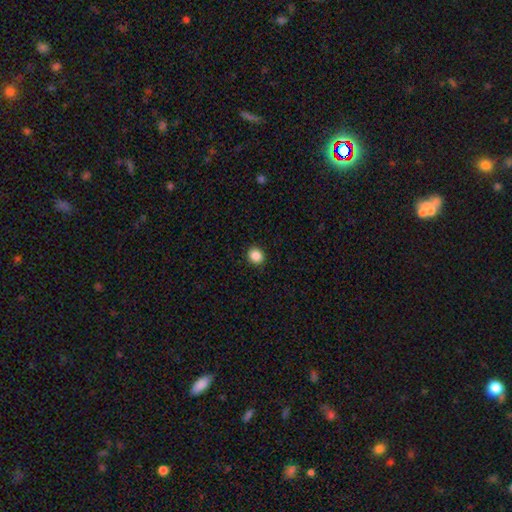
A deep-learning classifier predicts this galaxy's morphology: smooth-or-featured: smooth: 88% | star or artifact: 9% | featured or disk: 3%
  how-rounded: round: 77% | in between: 22% | cigar-shaped: 1%
  merging: none: 91% | minor disturbance: 6% | major disturbance: 2% | merger: 1%